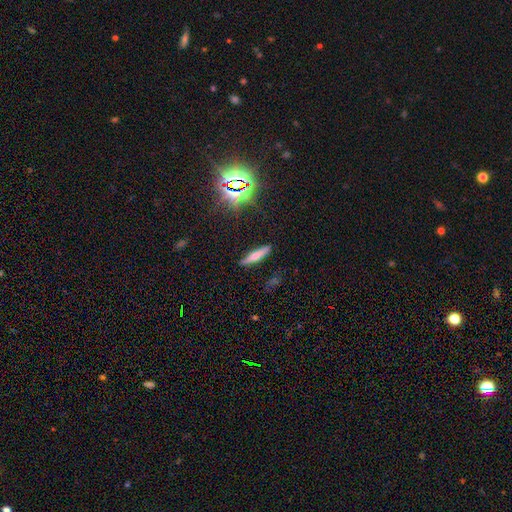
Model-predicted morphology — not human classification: type=smooth (54%); roundness=cigar-shaped (84%); merging=none (88%).